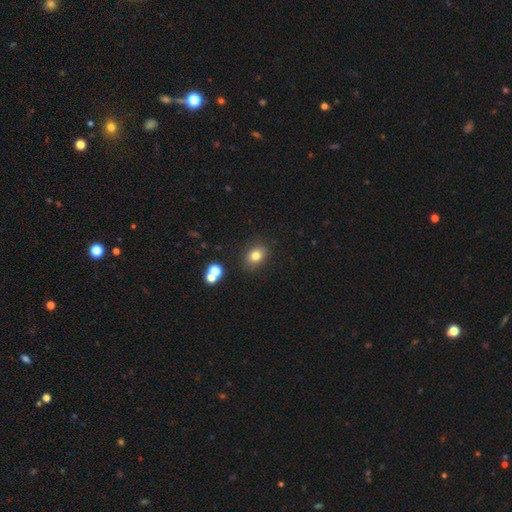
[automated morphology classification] smooth-or-featured: smooth: 78% | star or artifact: 13% | featured or disk: 9%
  how-rounded: in between: 58% | round: 41% | cigar-shaped: 1%
  merging: none: 83% | minor disturbance: 10% | merger: 3% | major disturbance: 3%